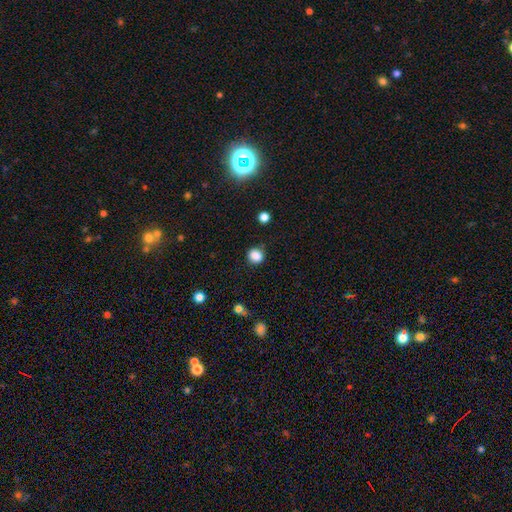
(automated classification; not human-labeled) Smooth or featured?
  - smooth: 85% *
  - star or artifact: 11%
  - featured or disk: 4%
How rounded?
  - round: 74% *
  - in between: 25%
  - cigar-shaped: 1%
Merging?
  - none: 81% *
  - minor disturbance: 13%
  - major disturbance: 4%
  - merger: 3%